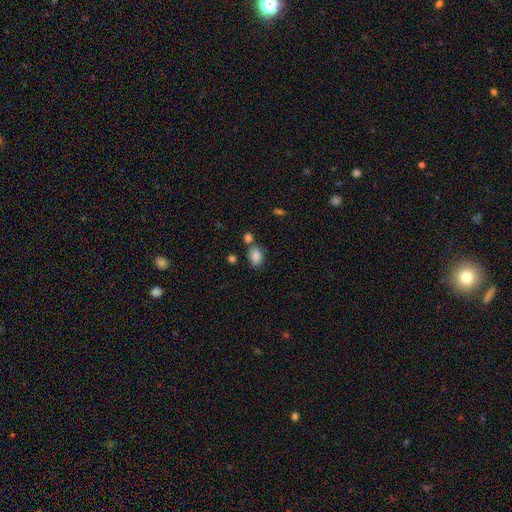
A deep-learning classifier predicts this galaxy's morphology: This is clearly a smooth galaxy (85%). How rounded: likely in between (80%). Merging: possibly none (57%).